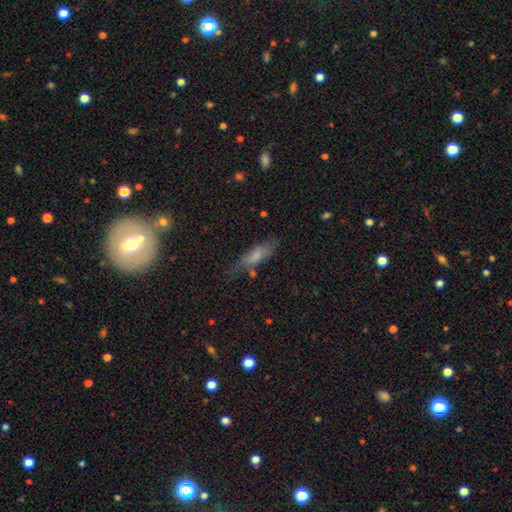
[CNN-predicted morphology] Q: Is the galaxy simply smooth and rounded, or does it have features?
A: smooth — 71%.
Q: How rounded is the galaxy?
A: in between — 50%.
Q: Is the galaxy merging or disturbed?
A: none — 57%.